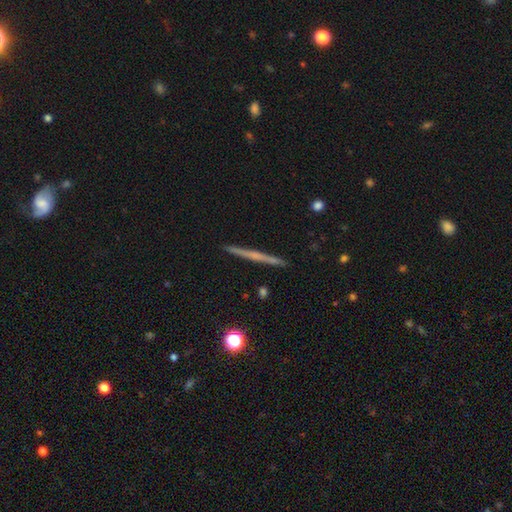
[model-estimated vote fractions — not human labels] This appears to be a featured or disk galaxy (61%) viewed edge-on (98%) with no central bulge (71%). Merging: none (92%).